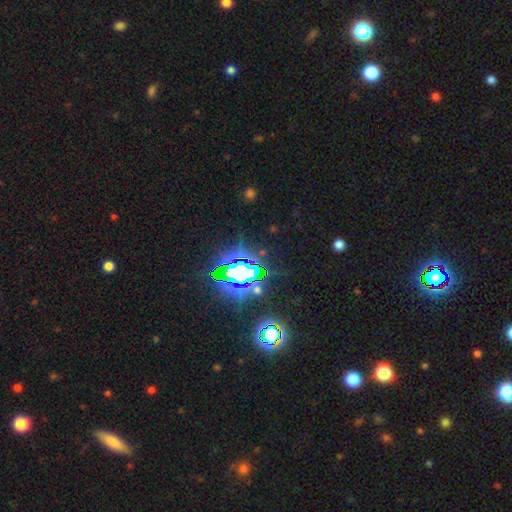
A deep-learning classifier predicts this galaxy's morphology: This is clearly a star or artifact rather than a galaxy (83%).